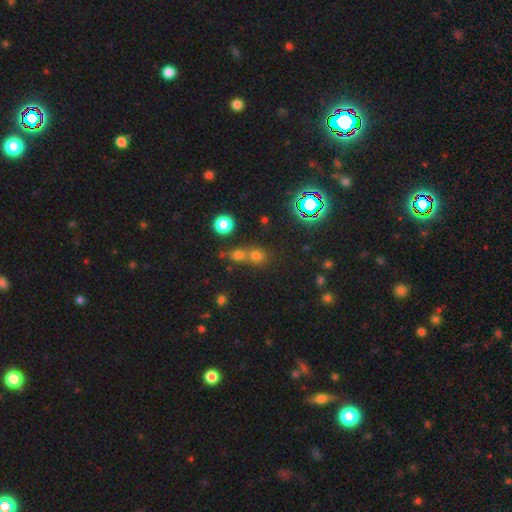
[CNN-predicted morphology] Overall: star or artifact (54%; smooth 37%).